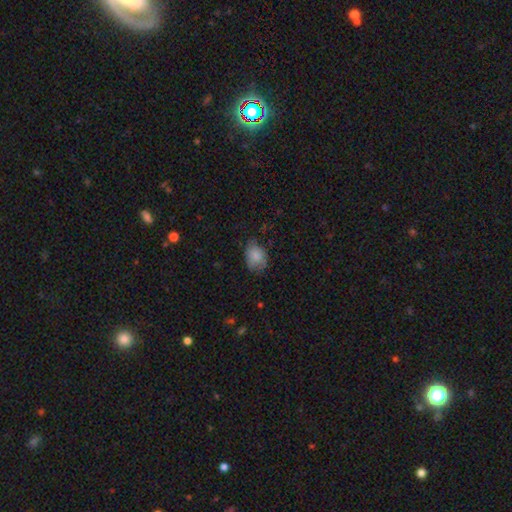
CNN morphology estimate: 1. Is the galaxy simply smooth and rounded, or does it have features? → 79% smooth, 13% featured or disk, 8% star or artifact.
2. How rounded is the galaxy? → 72% in between, 27% round, 1% cigar-shaped.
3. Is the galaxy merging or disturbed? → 55% none, 33% minor disturbance, 11% major disturbance, 1% merger.